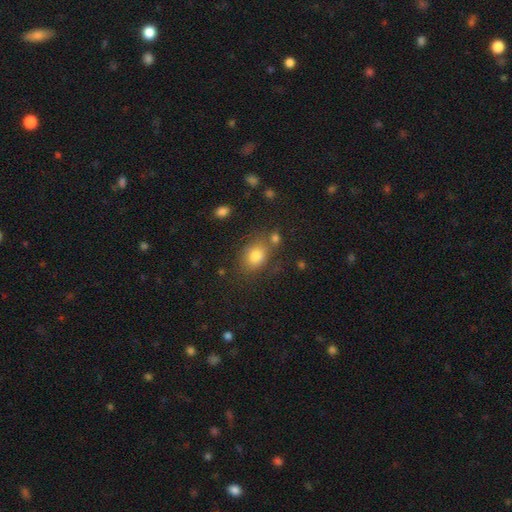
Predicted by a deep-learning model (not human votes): This appears to be a smooth galaxy with no disk features (79%) that is in between round and cigar-shaped (58%). Merging: none (68%).